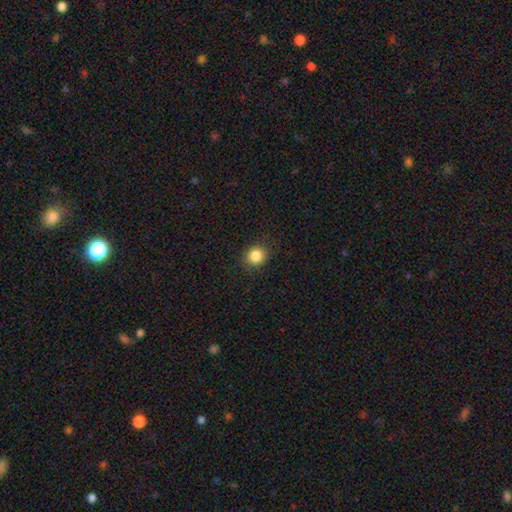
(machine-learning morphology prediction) type=smooth (85%); roundness=round (81%); merging=none (89%).